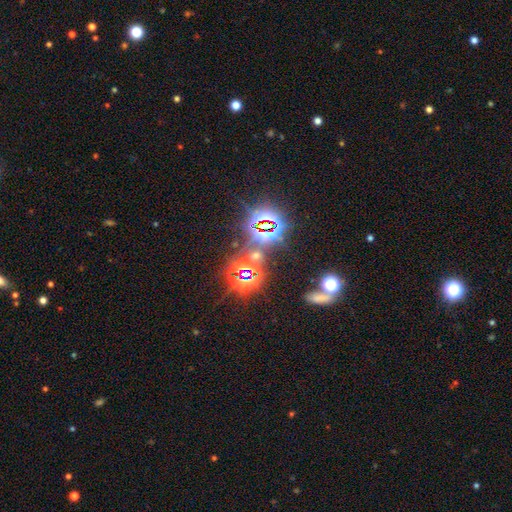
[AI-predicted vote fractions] smooth-or-featured: star or artifact: 80% | smooth: 13% | featured or disk: 7%